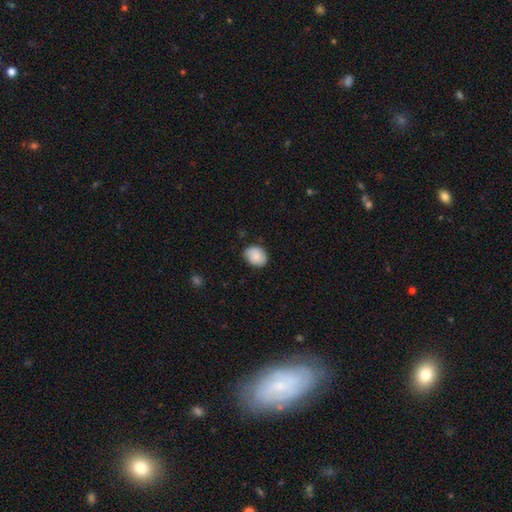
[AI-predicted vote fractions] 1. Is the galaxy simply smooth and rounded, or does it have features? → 86% smooth, 7% star or artifact, 7% featured or disk.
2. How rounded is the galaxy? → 57% in between, 42% round, 1% cigar-shaped.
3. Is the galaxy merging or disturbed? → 79% none, 17% minor disturbance, 3% major disturbance, 1% merger.